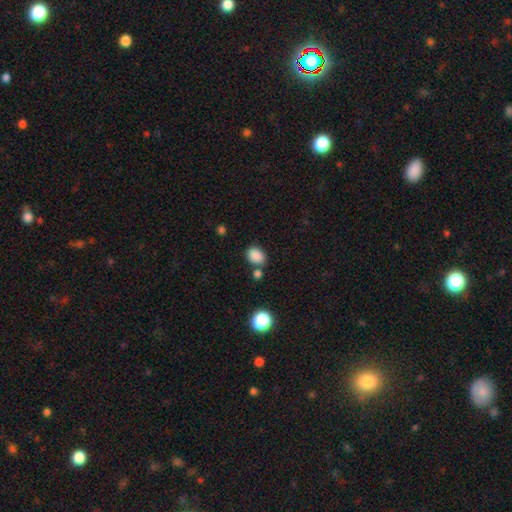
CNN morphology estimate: Overall: smooth (86%). How rounded: in between (64%; round 35%). Merging: none (70%).